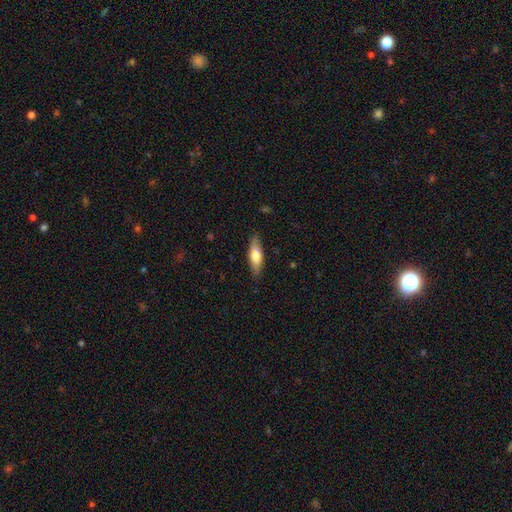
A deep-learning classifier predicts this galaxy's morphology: smooth_or_featured: smooth (p=0.66) [alt: featured or disk p=0.28]
how_rounded: in between (p=0.54) [alt: cigar-shaped p=0.43]
merging: none (p=0.84) [alt: minor disturbance p=0.13]